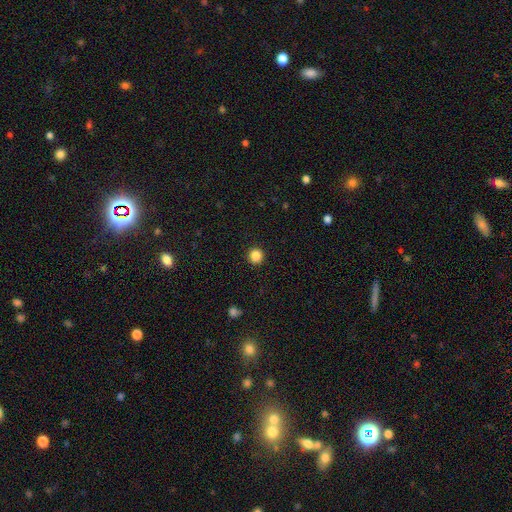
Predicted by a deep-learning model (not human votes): Morphology: type=smooth (86%); roundness=round (95%); merging=none (93%).